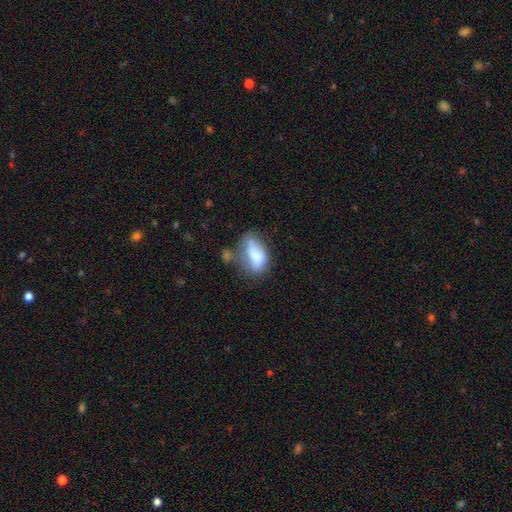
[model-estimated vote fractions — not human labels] Morphology: type=smooth (68%); roundness=in between (90%); merging=none (31%).